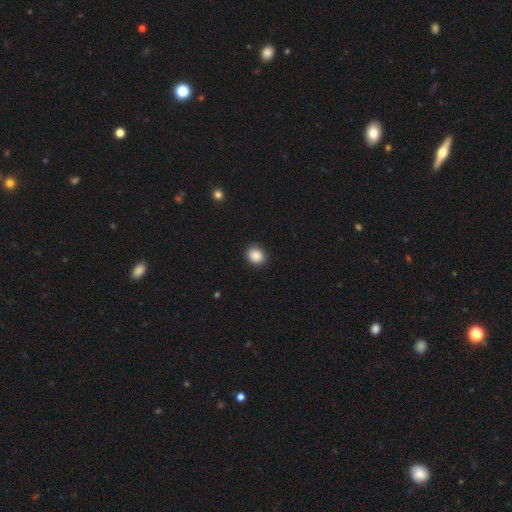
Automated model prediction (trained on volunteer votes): Overall: smooth (88%). How rounded: round (63%; in between 37%). Merging: none (88%).